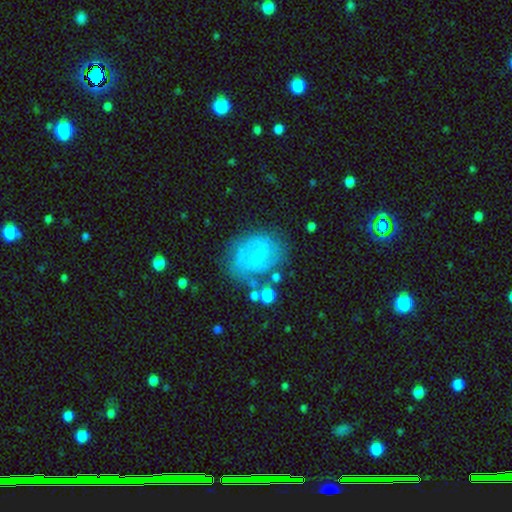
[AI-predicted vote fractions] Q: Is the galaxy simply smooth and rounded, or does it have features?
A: featured or disk — 62%.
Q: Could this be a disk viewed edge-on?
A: no — 98%.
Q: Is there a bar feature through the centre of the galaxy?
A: weak — 43%.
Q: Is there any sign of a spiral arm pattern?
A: yes — 77%.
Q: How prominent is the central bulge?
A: none — 54%.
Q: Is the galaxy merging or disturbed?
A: none — 62%.